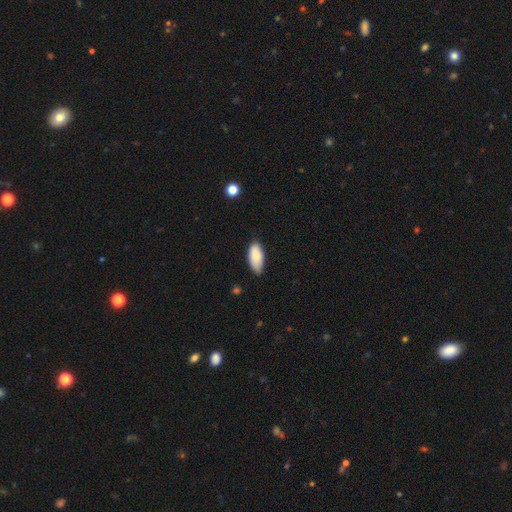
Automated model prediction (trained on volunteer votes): The model was most divided on "merging": none: 74%, minor disturbance: 22%, major disturbance: 3%, merger: 1%. More confident: how rounded — in between (91%); smooth or featured — smooth (86%).